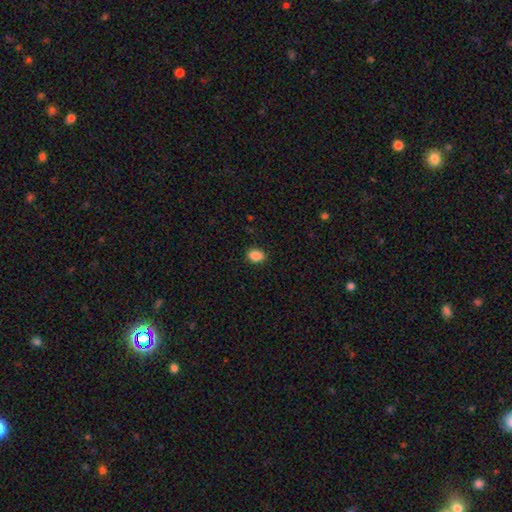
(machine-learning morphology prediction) smooth 88%, star or artifact 9%, featured or disk 3%. Down the decision tree: how rounded — in between (69%); merging — none (89%).